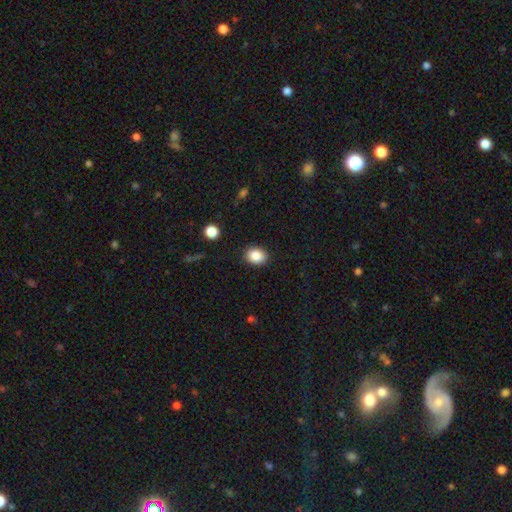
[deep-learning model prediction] A smooth galaxy with no disk features (87%) that is round (52%).

Vote fractions:
- Smooth or featured? smooth: 87% / star or artifact: 9% / featured or disk: 4%
- How rounded? round: 52% / in between: 48% / cigar-shaped: 1%
- Merging? none: 89% / minor disturbance: 8% / major disturbance: 2% / merger: 1%